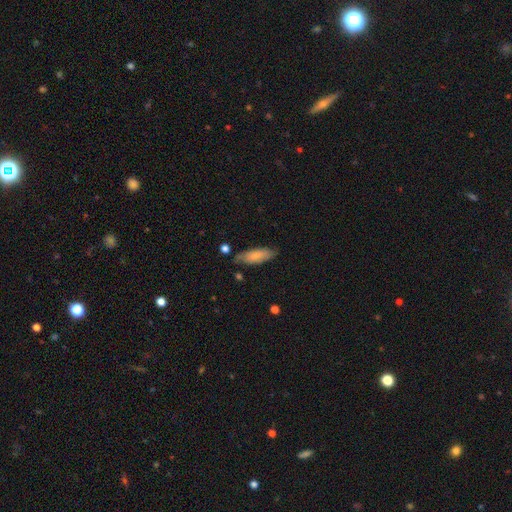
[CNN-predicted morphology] smooth_or_featured: smooth (p=0.75) [alt: featured or disk p=0.19]
how_rounded: in between (p=0.64) [alt: cigar-shaped p=0.34]
merging: none (p=0.72) [alt: minor disturbance p=0.21]